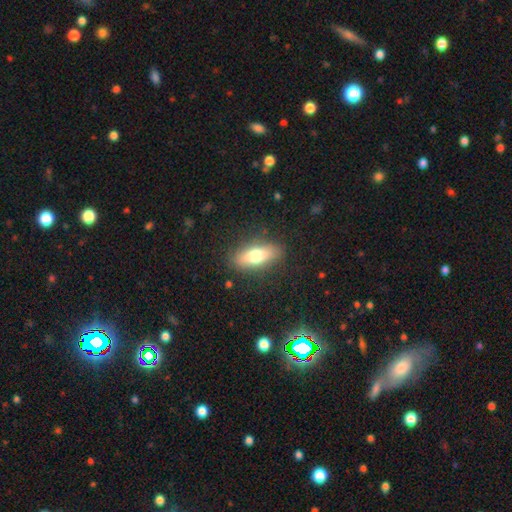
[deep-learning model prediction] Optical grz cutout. It shows a smooth galaxy with no disk features (69%) that is in between round and cigar-shaped (71%). Merging: none (85%).